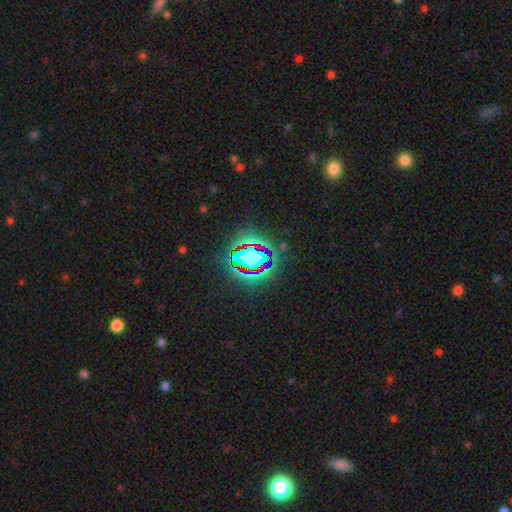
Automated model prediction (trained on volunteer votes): This appears to be a star or artifact, not a galaxy (66%).